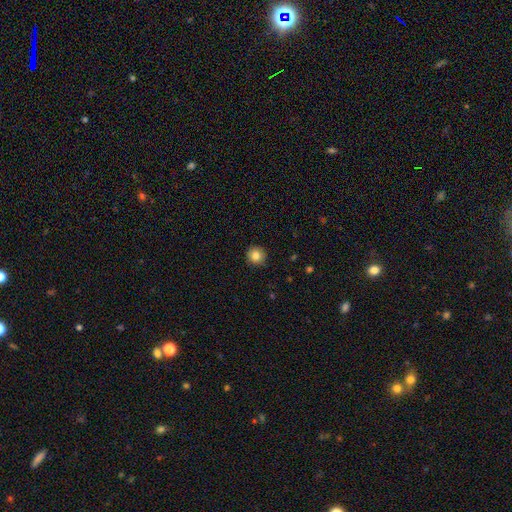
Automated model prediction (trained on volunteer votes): A smooth galaxy with no disk features (83%) that is round (95%).

Vote fractions:
- Smooth or featured? smooth: 83% / star or artifact: 10% / featured or disk: 7%
- How rounded? round: 95% / in between: 4% / cigar-shaped: 1%
- Merging? none: 91% / minor disturbance: 7% / major disturbance: 2% / merger: 1%